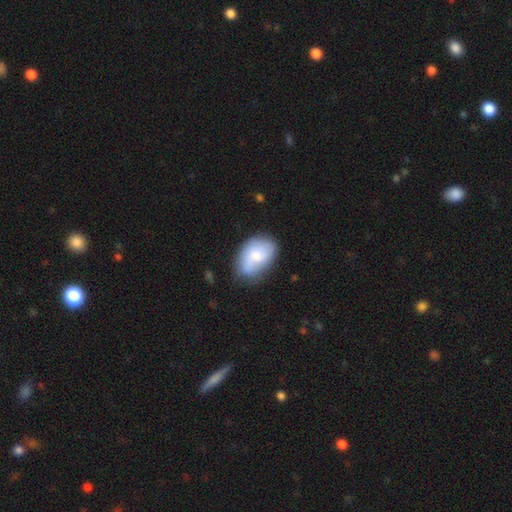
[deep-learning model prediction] This is likely a smooth galaxy (66%). How rounded: clearly in between (88%). Merging: possibly none (60%).